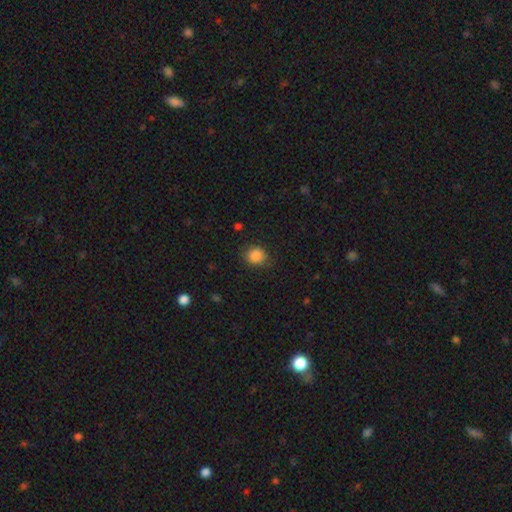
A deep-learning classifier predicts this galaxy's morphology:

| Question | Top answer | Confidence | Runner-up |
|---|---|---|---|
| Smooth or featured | smooth | 87% | star or artifact (10%) |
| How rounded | round | 82% | in between (17%) |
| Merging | none | 83% | minor disturbance (13%) |